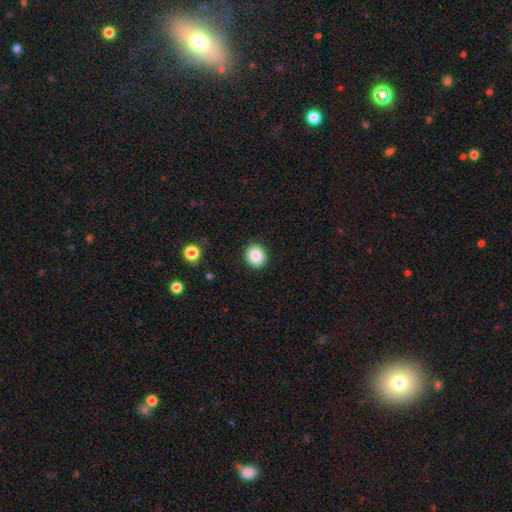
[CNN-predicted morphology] Q: Smooth or featured?
A: smooth (86%); runner-up: star or artifact (9%)
Q: How rounded?
A: round (79%); runner-up: in between (20%)
Q: Merging?
A: none (91%); runner-up: minor disturbance (6%)